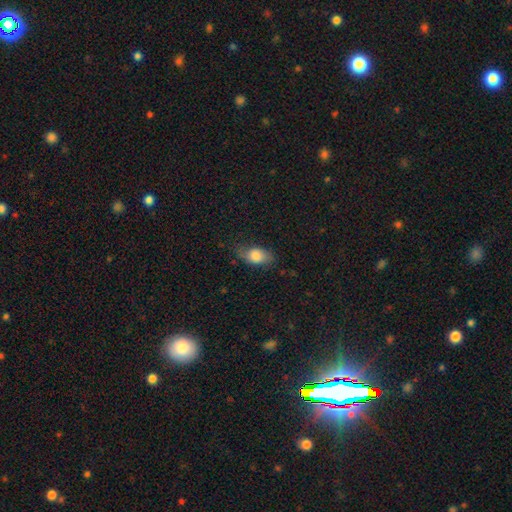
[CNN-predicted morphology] A smooth galaxy with no disk features (79%) that is in between round and cigar-shaped (86%). Merging: none (65%).